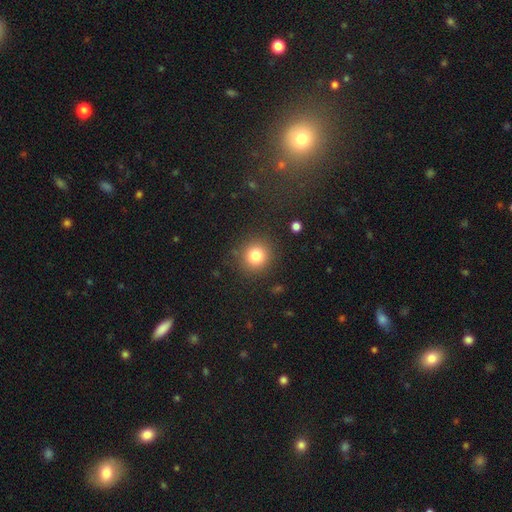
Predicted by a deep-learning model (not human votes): smooth_or_featured: smooth (p=0.81) [alt: star or artifact p=0.12]
how_rounded: round (p=0.91) [alt: in between p=0.08]
merging: none (p=0.87) [alt: minor disturbance p=0.08]